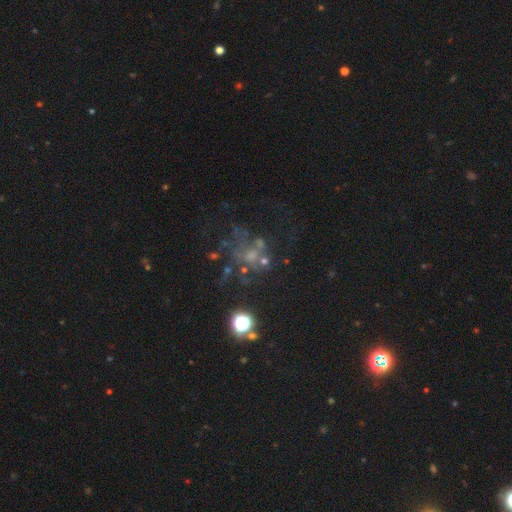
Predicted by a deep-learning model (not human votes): Smooth or featured? Predicted: featured or disk (p=0.45). Merging? Predicted: none (p=0.44).